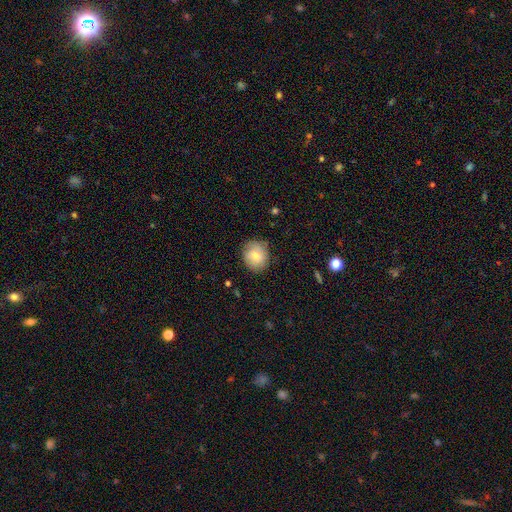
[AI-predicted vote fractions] This is likely a smooth galaxy (74%). How rounded: likely round (74%). Merging: likely none (78%).